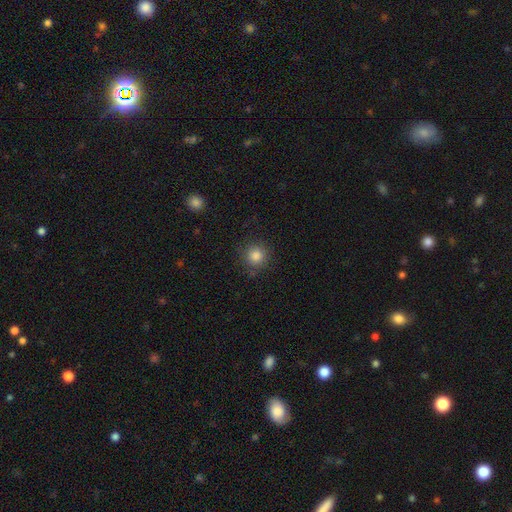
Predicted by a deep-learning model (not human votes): Smooth or featured?
  - smooth: 84% *
  - star or artifact: 11%
  - featured or disk: 5%
How rounded?
  - round: 93% *
  - in between: 6%
  - cigar-shaped: 1%
Merging?
  - none: 85% *
  - minor disturbance: 10%
  - major disturbance: 3%
  - merger: 2%